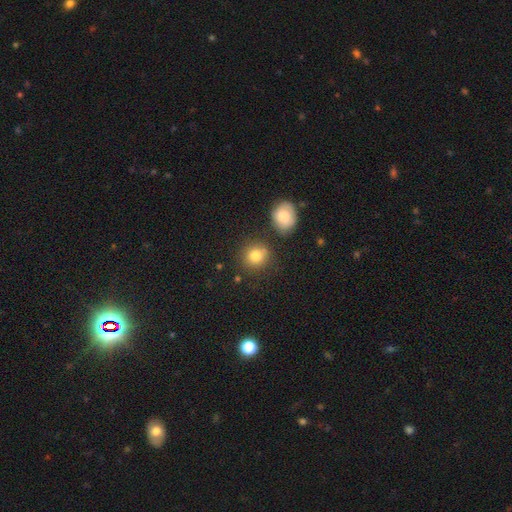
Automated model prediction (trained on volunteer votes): Smooth or featured? smooth (81%)
How rounded? round (85%)
Merging? none (77%)